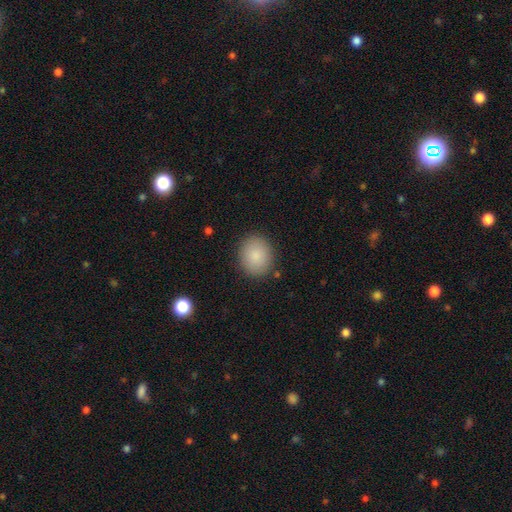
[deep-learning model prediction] Smooth or featured? smooth (87%)
How rounded? round (78%)
Merging? none (88%)